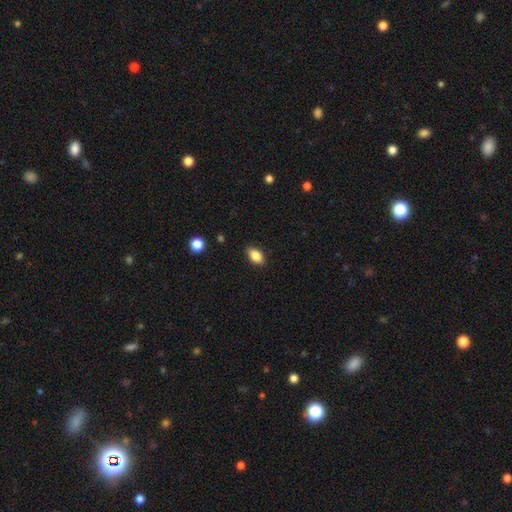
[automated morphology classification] type=smooth (86%); roundness=in between (88%); merging=none (87%).